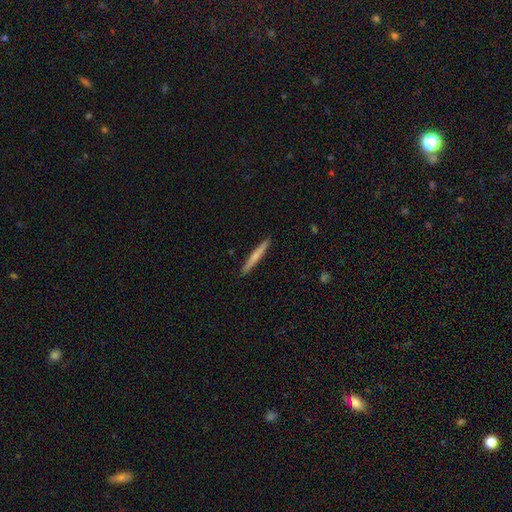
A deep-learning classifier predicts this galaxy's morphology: Smooth or featured? Predicted: smooth (p=0.64). How rounded? Predicted: cigar-shaped (p=0.97). Merging? Predicted: none (p=0.92).